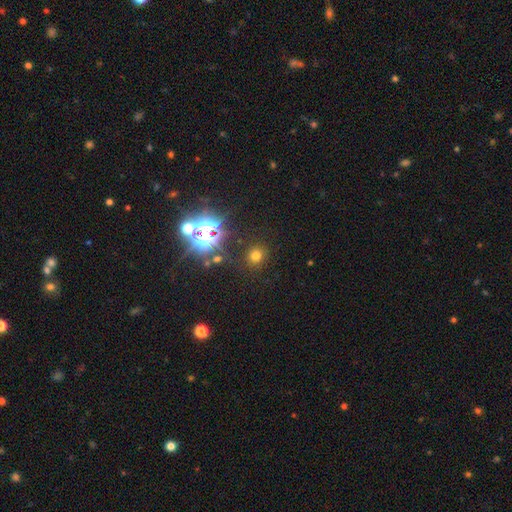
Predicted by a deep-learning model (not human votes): A smooth galaxy with no disk features (63%) that is round (89%). Merging: none (87%).